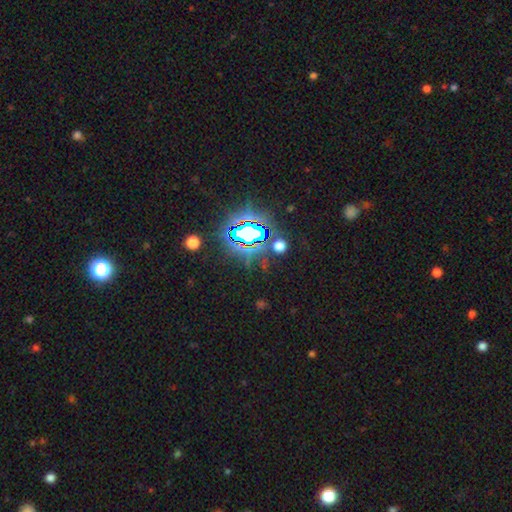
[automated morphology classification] Overall: star or artifact (83%).